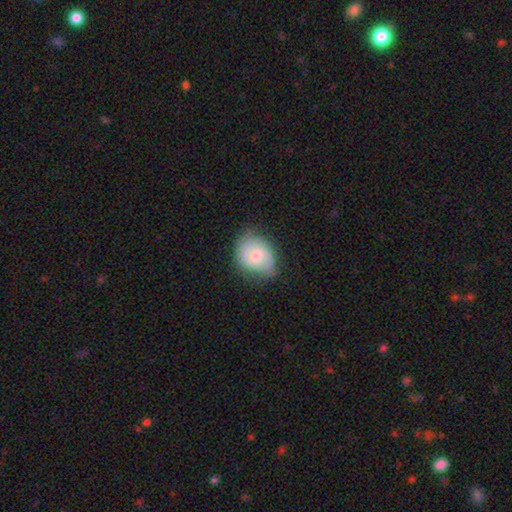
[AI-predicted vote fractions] A featured or disk galaxy (63%) with no bar (65%), 2 (75%) medium (46%) spiral arms (92%) and a small central bulge (50%). Merging: none (72%).